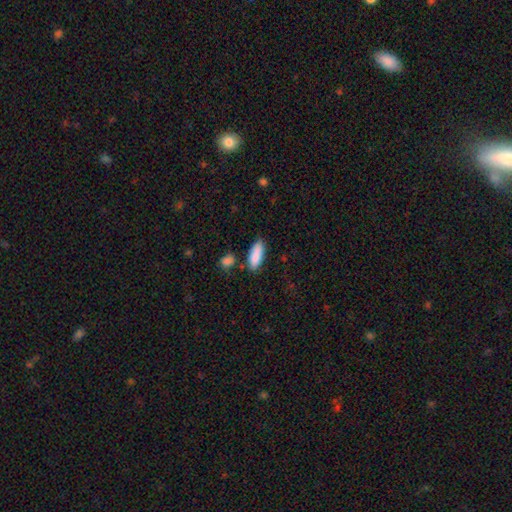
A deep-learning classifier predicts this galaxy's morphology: Smooth or featured? smooth (87%)
How rounded? in between (72%)
Merging? none (77%)